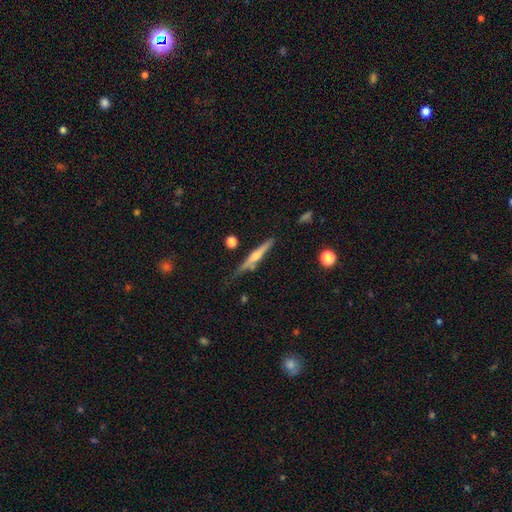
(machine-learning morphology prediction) Smooth or featured? Predicted: featured or disk (p=0.70). Edge-on disk? Predicted: yes (p=0.97). Edge-on bulge? Predicted: rounded (p=0.84). Merging? Predicted: none (p=0.76).